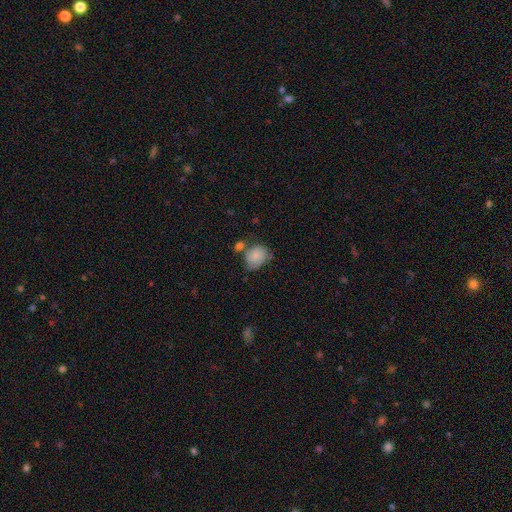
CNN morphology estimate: smooth 77%, featured or disk 15%, star or artifact 8%. Down the decision tree: how rounded — in between (51%); merging — none (43%).